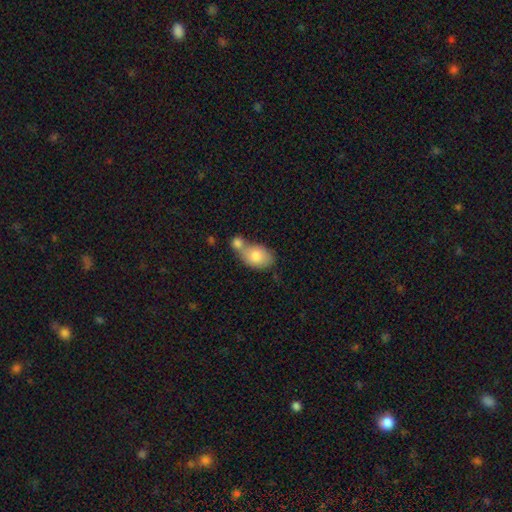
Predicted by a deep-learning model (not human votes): Overall: smooth (79%). How rounded: in between (81%). Merging: merger (53%; none 30%).